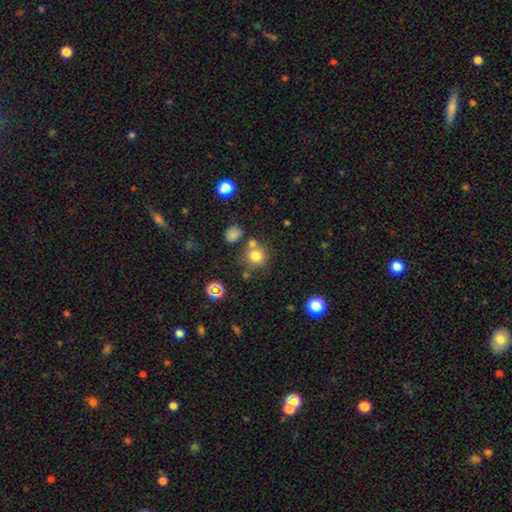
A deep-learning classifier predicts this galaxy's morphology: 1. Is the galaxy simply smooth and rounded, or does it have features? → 75% smooth, 16% star or artifact, 8% featured or disk.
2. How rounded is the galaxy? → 89% round, 10% in between, 1% cigar-shaped.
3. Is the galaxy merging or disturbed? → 65% none, 20% merger, 10% minor disturbance, 4% major disturbance.